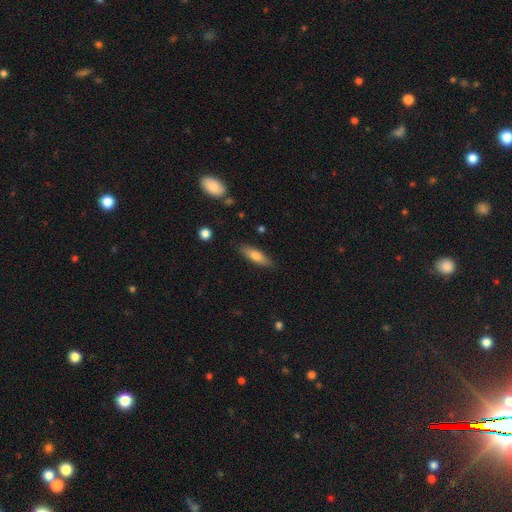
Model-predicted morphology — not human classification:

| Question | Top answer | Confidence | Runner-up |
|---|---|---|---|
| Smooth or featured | smooth | 67% | featured or disk (27%) |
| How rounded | cigar-shaped | 57% | in between (41%) |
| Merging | none | 85% | minor disturbance (11%) |